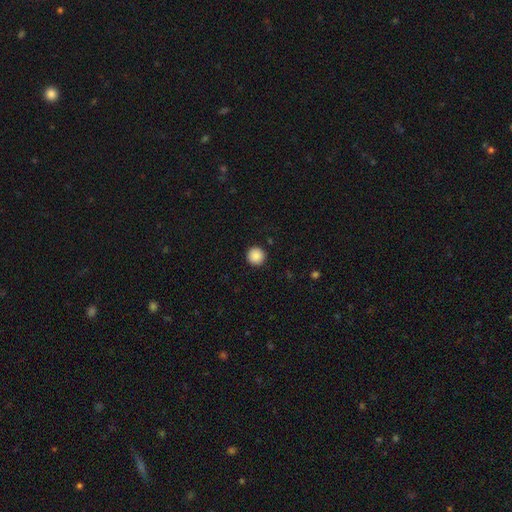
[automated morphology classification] Smooth or featured?
  - smooth: 88% *
  - star or artifact: 9%
  - featured or disk: 3%
How rounded?
  - round: 96% *
  - in between: 3%
  - cigar-shaped: 1%
Merging?
  - none: 93% *
  - minor disturbance: 5%
  - major disturbance: 2%
  - merger: 1%